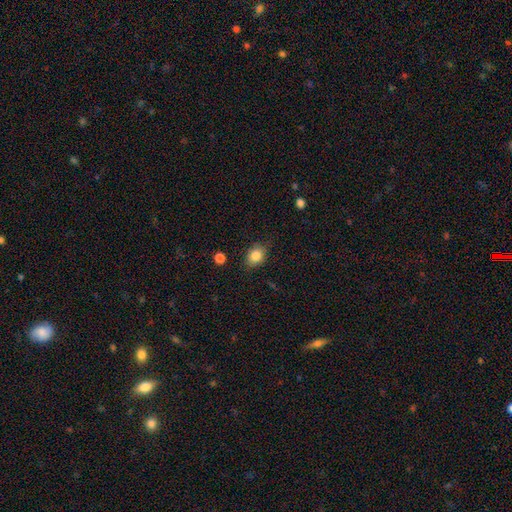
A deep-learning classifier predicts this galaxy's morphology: A smooth galaxy with no disk features (83%) that is in between round and cigar-shaped (60%). Merging: none (81%).